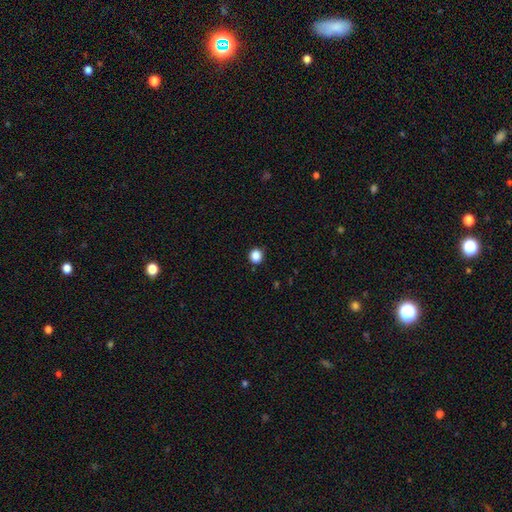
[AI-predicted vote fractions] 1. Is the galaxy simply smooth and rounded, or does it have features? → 86% smooth, 11% star or artifact, 3% featured or disk.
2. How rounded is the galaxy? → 87% round, 12% in between, 1% cigar-shaped.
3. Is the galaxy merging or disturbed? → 90% none, 7% minor disturbance, 2% major disturbance, 1% merger.